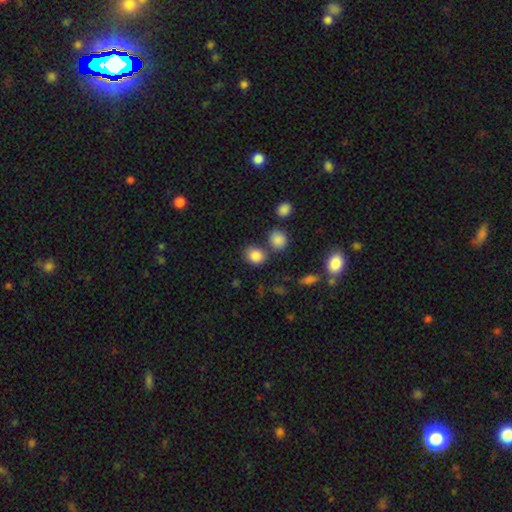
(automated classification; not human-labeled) Morphology: type=smooth (84%); roundness=round (60%); merging=none (65%).